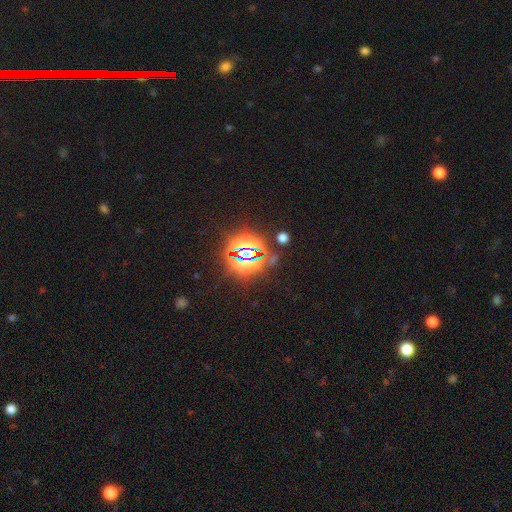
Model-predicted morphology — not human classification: A star or artifact, not a galaxy (82%).

Vote fractions:
- Smooth or featured? star or artifact: 82% / smooth: 11% / featured or disk: 7%